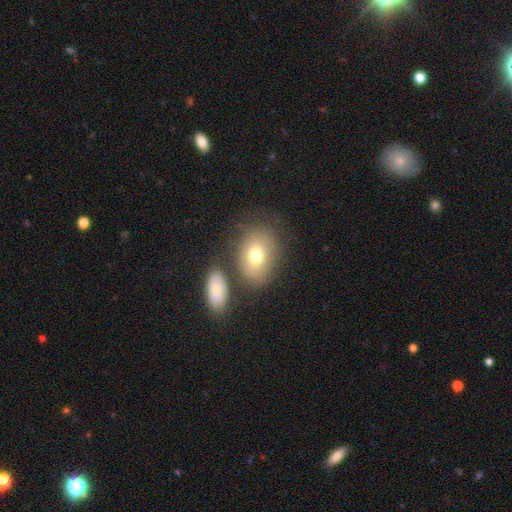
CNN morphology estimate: smooth 72%, featured or disk 19%, star or artifact 9%. Down the decision tree: how rounded — in between (70%); merging — none (63%).